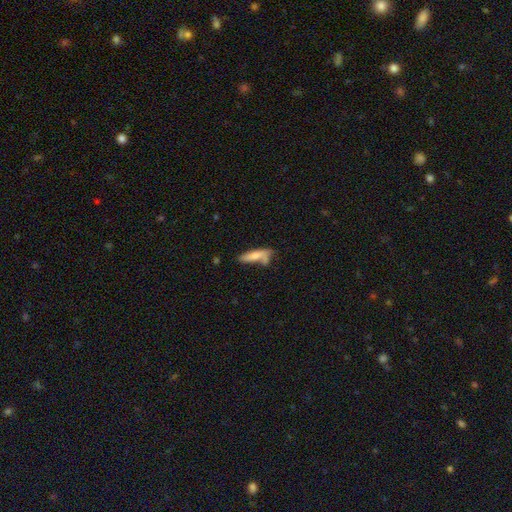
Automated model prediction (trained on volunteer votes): smooth 74%, featured or disk 19%, star or artifact 7%. Down the decision tree: how rounded — cigar-shaped (64%); merging — none (52%).